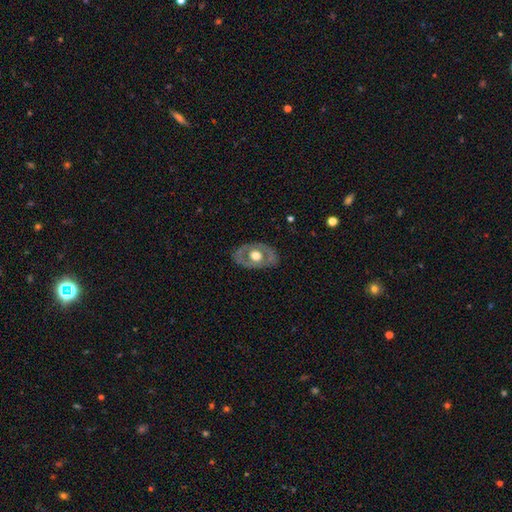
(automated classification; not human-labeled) This is possibly a featured or disk galaxy (59%). It is clearly not viewed edge-on (90%). Bar: clearly no (89%). Spiral arm pattern: clearly no (85%). Central bulge: possibly moderate (50%). Merging: likely none (78%).